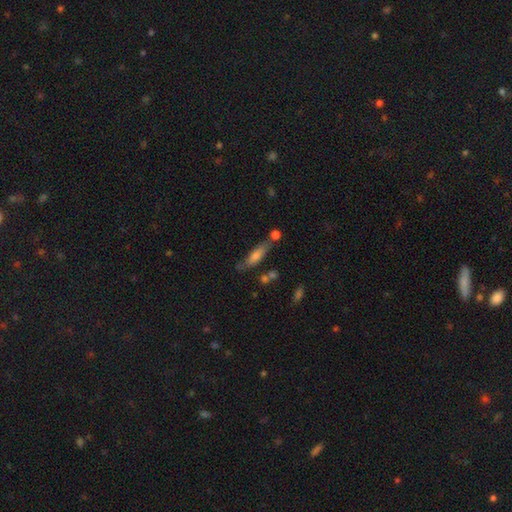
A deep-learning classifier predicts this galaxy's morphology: smooth_or_featured: smooth (p=0.59) [alt: featured or disk p=0.33]
how_rounded: cigar-shaped (p=0.64) [alt: in between p=0.33]
merging: none (p=0.60) [alt: minor disturbance p=0.20]